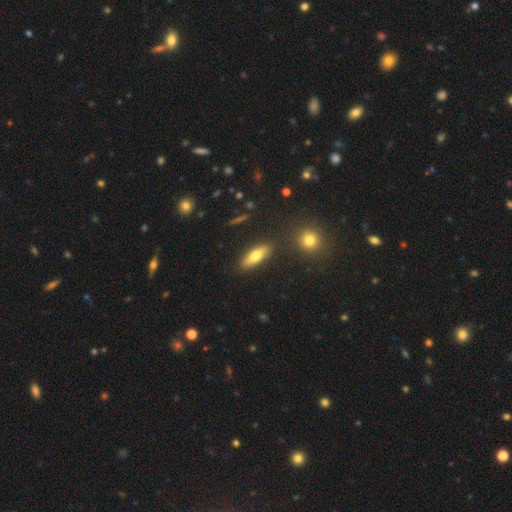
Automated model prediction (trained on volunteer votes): smooth_or_featured: smooth (p=0.69) [alt: featured or disk p=0.24]
how_rounded: in between (p=0.55) [alt: cigar-shaped p=0.42]
merging: none (p=0.84) [alt: minor disturbance p=0.10]